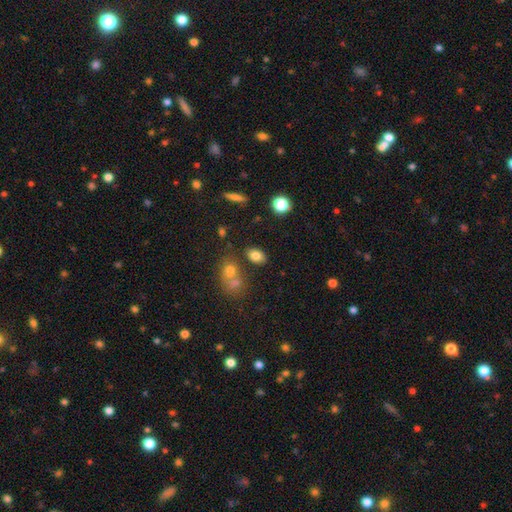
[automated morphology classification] Overall: smooth (80%). How rounded: in between (85%). Merging: none (76%).